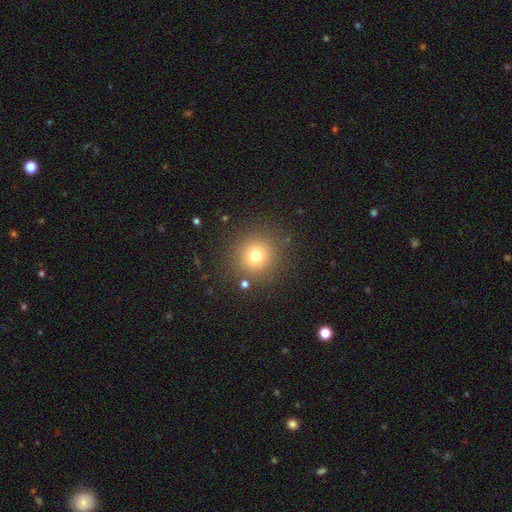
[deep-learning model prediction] smooth_or_featured: smooth (p=0.74) [alt: star or artifact p=0.17]
how_rounded: round (p=0.93) [alt: in between p=0.06]
merging: none (p=0.87) [alt: minor disturbance p=0.07]